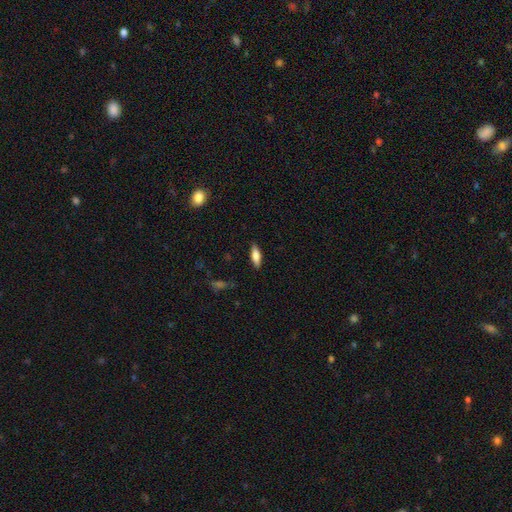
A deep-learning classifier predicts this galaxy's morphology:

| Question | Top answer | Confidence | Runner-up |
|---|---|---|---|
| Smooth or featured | smooth | 77% | featured or disk (16%) |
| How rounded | in between | 58% | cigar-shaped (40%) |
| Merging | none | 87% | minor disturbance (10%) |